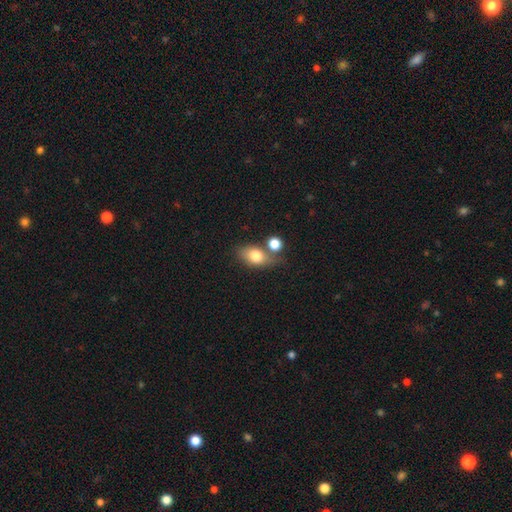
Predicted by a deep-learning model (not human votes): Smooth or featured?
  - smooth: 77% *
  - featured or disk: 14%
  - star or artifact: 8%
How rounded?
  - in between: 77% *
  - round: 20%
  - cigar-shaped: 3%
Merging?
  - none: 53% *
  - merger: 26%
  - minor disturbance: 15%
  - major disturbance: 6%